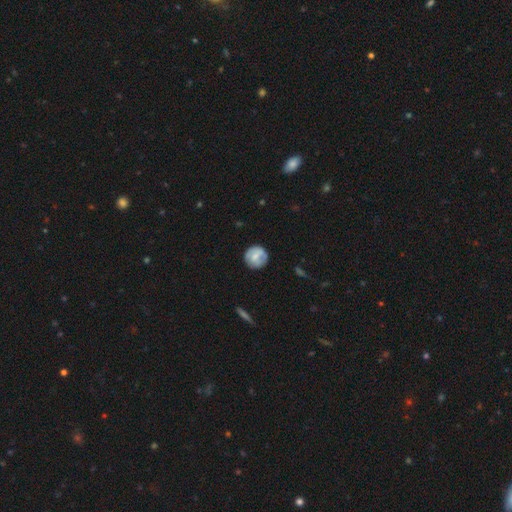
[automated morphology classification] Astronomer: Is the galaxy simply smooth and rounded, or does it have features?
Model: smooth — 59%.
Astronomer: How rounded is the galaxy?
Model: round — 91%.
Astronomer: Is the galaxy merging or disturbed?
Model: none — 78%.